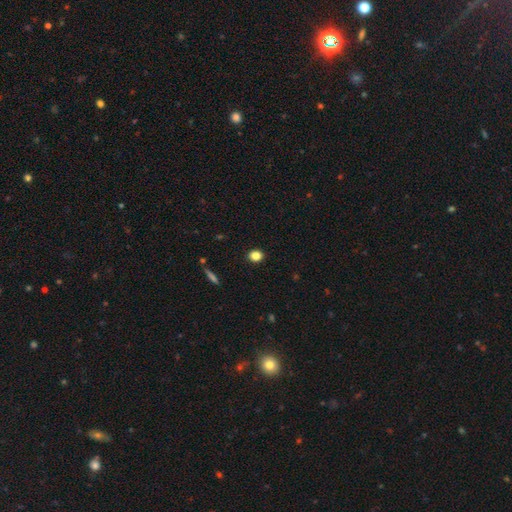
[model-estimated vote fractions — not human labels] A smooth galaxy with no disk features (84%) that is round (66%). Merging: none (91%).